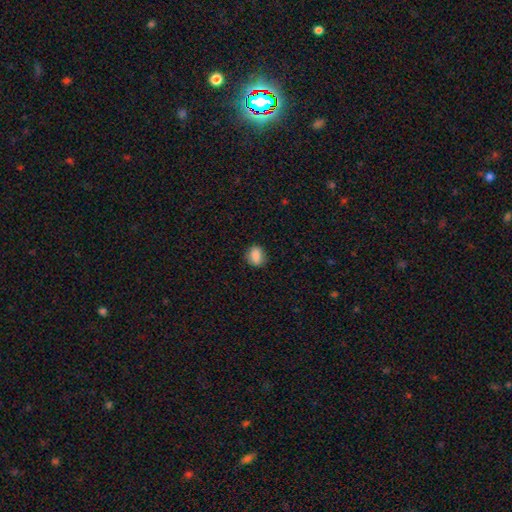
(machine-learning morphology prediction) A smooth galaxy with no disk features (86%) that is round (50%). Merging: none (81%).